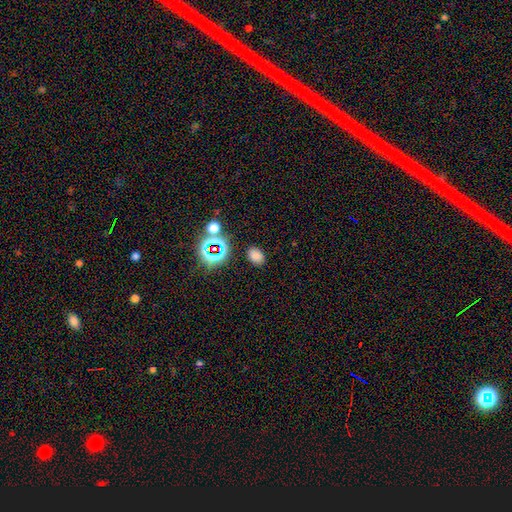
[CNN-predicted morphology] Smooth or featured? Predicted: smooth (p=0.73). How rounded? Predicted: in between (p=0.74). Merging? Predicted: none (p=0.84).